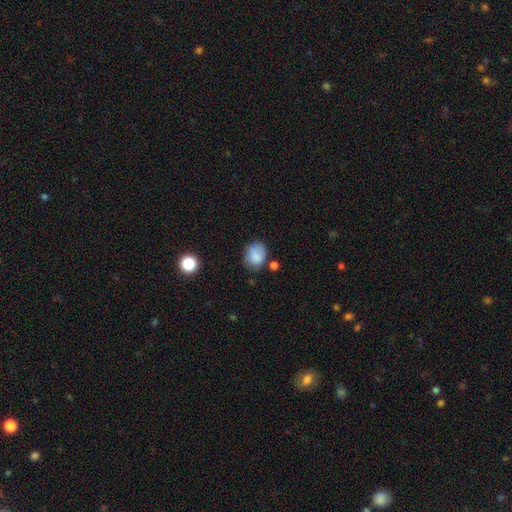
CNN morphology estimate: Smooth or featured: smooth — 80% (featured or disk — 10%)
How rounded: in between — 52% (round — 47%)
Merging: none — 59% (minor disturbance — 25%)